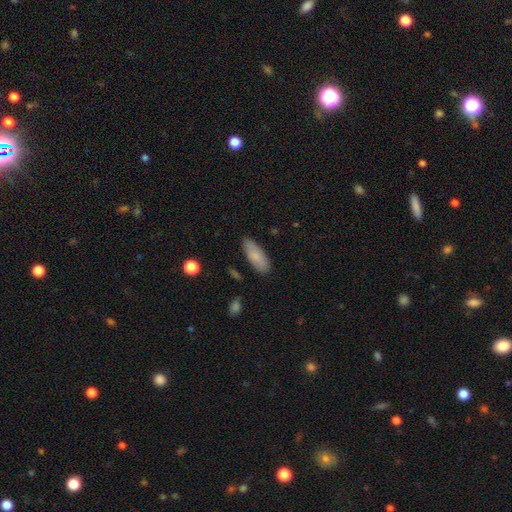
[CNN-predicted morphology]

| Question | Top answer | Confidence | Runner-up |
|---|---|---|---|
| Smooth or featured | smooth | 81% | featured or disk (13%) |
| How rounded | in between | 78% | cigar-shaped (20%) |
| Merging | none | 83% | minor disturbance (13%) |